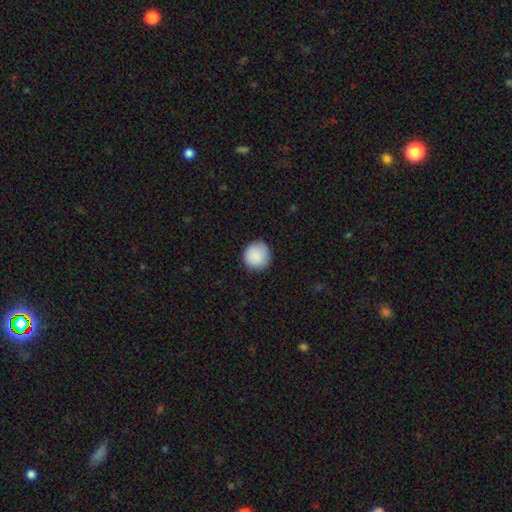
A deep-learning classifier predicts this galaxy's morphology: Overall: smooth (89%). How rounded: round (94%). Merging: none (90%).